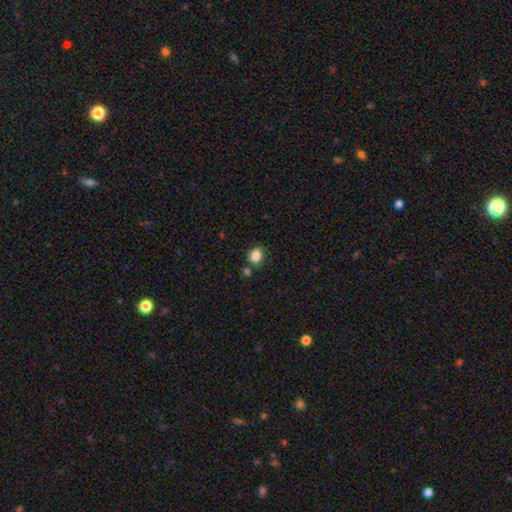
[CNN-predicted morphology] smooth_or_featured: smooth (p=0.84) [alt: star or artifact p=0.10]
how_rounded: round (p=0.69) [alt: in between p=0.30]
merging: none (p=0.69) [alt: minor disturbance p=0.17]